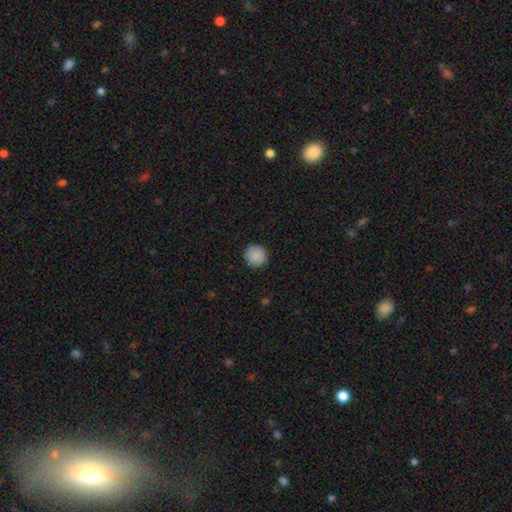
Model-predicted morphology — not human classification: This appears to be a smooth galaxy with no disk features (90%) that is round (96%). Merging: none (93%).